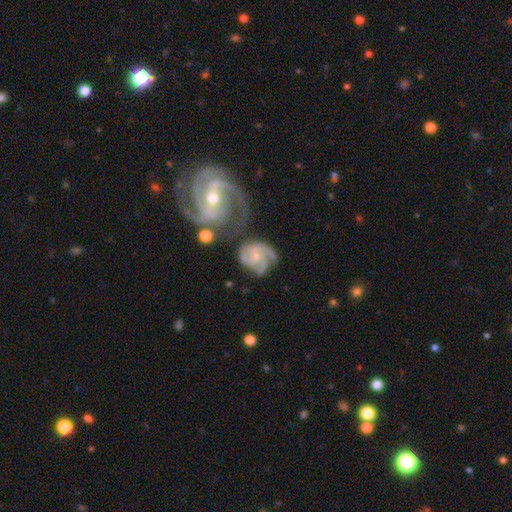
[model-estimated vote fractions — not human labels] Smooth or featured?
  - featured or disk: 82% *
  - smooth: 12%
  - star or artifact: 6%
Edge-on disk?
  - no: 98% *
  - yes: 2%
Bar?
  - no: 66% *
  - weak: 29%
  - strong: 6%
Spiral arms?
  - yes: 96% *
  - no: 4%
Spiral winding?
  - medium: 44% *
  - tight: 43%
  - loose: 13%
Spiral arm count?
  - 3: 52% *
  - 4: 14%
  - can't tell: 13%
  - 2: 12%
  - 1: 5%
  - more than 4: 5%
Bulge size?
  - small: 67% *
  - moderate: 24%
  - none: 7%
  - large: 1%
  - dominant: 1%
Merging?
  - none: 46% *
  - minor disturbance: 22%
  - major disturbance: 20%
  - merger: 12%